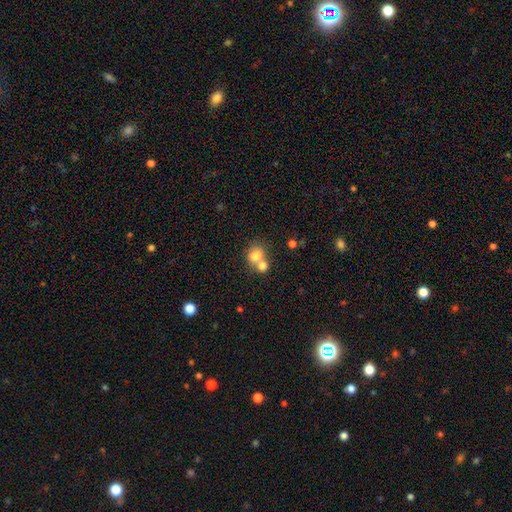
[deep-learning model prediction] Smooth or featured?
  - smooth: 76% *
  - featured or disk: 14%
  - star or artifact: 10%
How rounded?
  - round: 70% *
  - in between: 29%
  - cigar-shaped: 1%
Merging?
  - merger: 59% *
  - none: 32%
  - minor disturbance: 6%
  - major disturbance: 3%